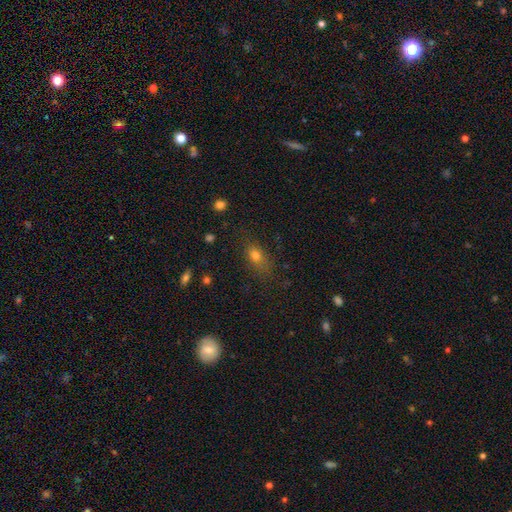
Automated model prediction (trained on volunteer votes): Smooth or featured?
  - smooth: 72% *
  - star or artifact: 16%
  - featured or disk: 12%
How rounded?
  - in between: 69% *
  - round: 23%
  - cigar-shaped: 7%
Merging?
  - none: 71% *
  - minor disturbance: 19%
  - major disturbance: 8%
  - merger: 2%